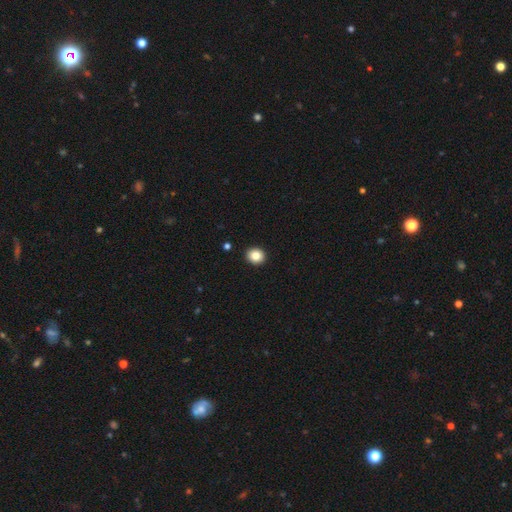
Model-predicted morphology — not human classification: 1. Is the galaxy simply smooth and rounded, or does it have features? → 85% smooth, 9% star or artifact, 6% featured or disk.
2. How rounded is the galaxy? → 75% round, 24% in between, 1% cigar-shaped.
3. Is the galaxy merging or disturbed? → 92% none, 5% minor disturbance, 1% major disturbance, 1% merger.